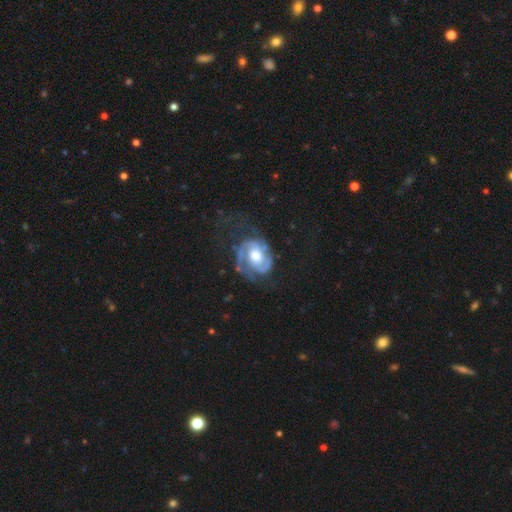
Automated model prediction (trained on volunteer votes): Morphology: type=featured or disk (88%); edge-on=no (98%); bar=no (60%); spiral arms=yes (96%); winding=tight (49%); arm count=2 (78%); bulge=moderate (66%); merging=none (58%).